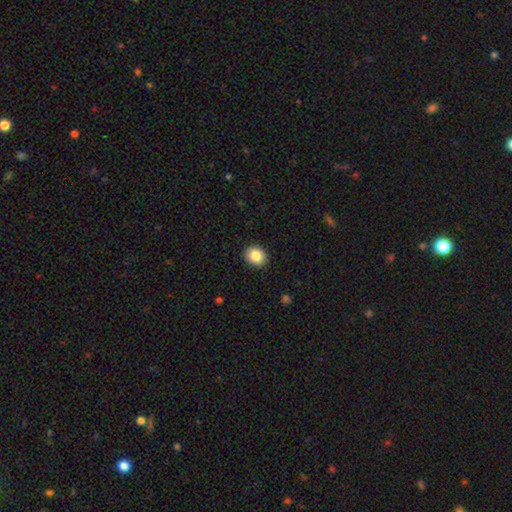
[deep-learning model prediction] Smooth or featured?
  - smooth: 86% *
  - star or artifact: 8%
  - featured or disk: 6%
How rounded?
  - round: 61% *
  - in between: 38%
  - cigar-shaped: 1%
Merging?
  - none: 91% *
  - minor disturbance: 6%
  - major disturbance: 2%
  - merger: 1%